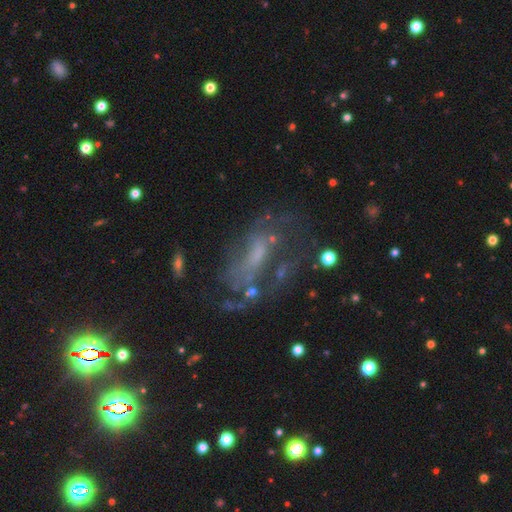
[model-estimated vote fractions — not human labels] This is likely a featured or disk galaxy (65%). It is clearly not viewed edge-on (93%). Bar: possibly no (47%). Spiral arm pattern: likely yes (62%). Central bulge: marginally none (37%). Merging: marginally none (44%).